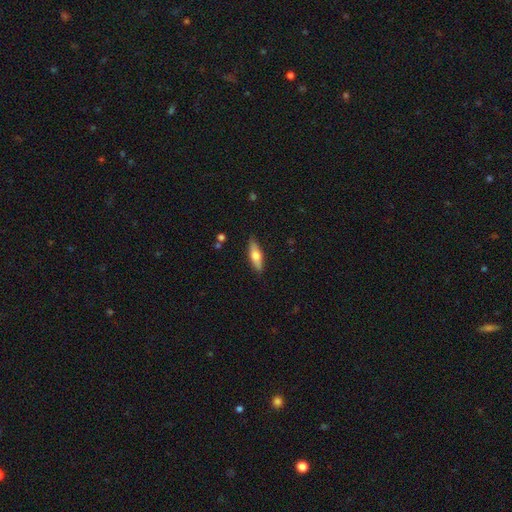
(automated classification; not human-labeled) A smooth galaxy with no disk features (62%) that is cigar-shaped (50%). Merging: none (86%).